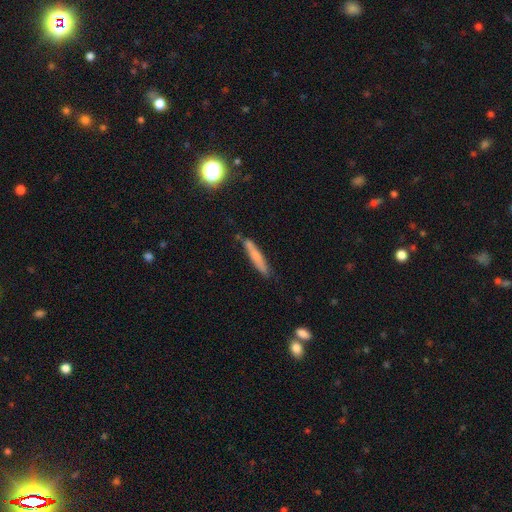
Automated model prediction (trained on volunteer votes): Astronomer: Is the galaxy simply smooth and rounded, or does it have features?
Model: smooth — 63%.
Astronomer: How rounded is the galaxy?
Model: cigar-shaped — 93%.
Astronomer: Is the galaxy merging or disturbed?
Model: none — 80%.